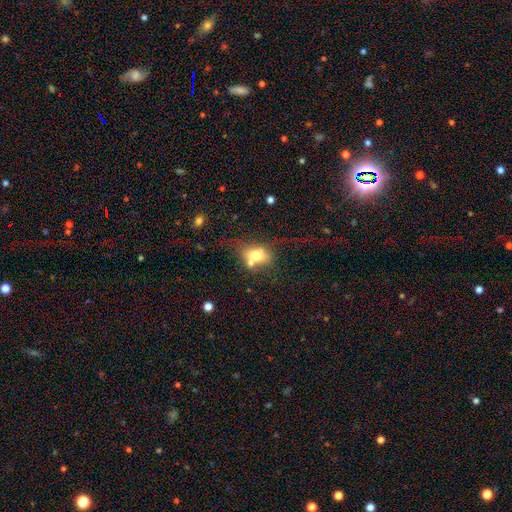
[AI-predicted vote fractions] smooth 64%, featured or disk 25%, star or artifact 11%. Down the decision tree: how rounded — in between (69%); merging — merger (39%).